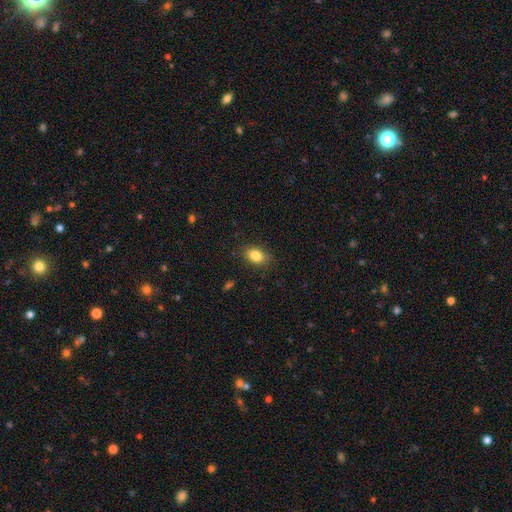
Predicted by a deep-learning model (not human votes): Morphology: type=smooth (84%); roundness=in between (77%); merging=none (85%).